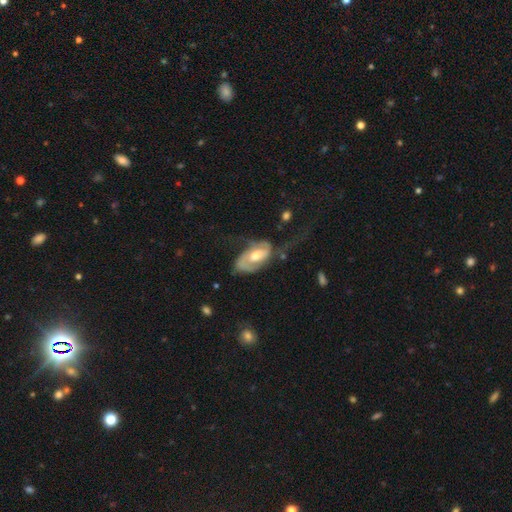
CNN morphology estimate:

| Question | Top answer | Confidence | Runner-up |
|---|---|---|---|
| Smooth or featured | featured or disk | 74% | smooth (21%) |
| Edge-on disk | no | 94% | yes (6%) |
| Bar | no | 44% | weak (41%) |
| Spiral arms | yes | 85% | no (15%) |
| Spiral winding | medium | 41% | loose (33%) |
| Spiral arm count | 2 | 70% | can't tell (14%) |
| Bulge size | moderate | 66% | large (16%) |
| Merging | major disturbance | 40% | none (34%) |